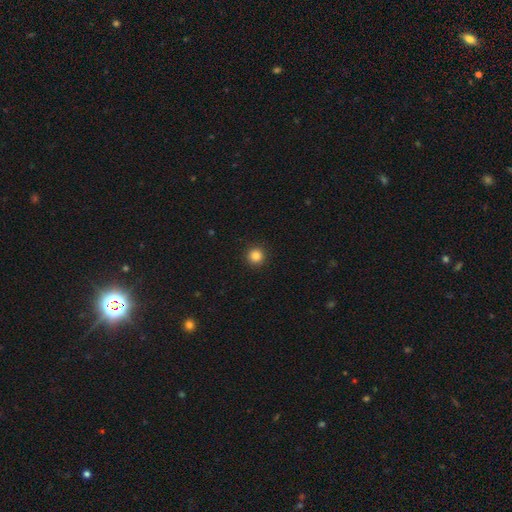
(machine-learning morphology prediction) Smooth or featured? smooth (85%)
How rounded? round (95%)
Merging? none (93%)